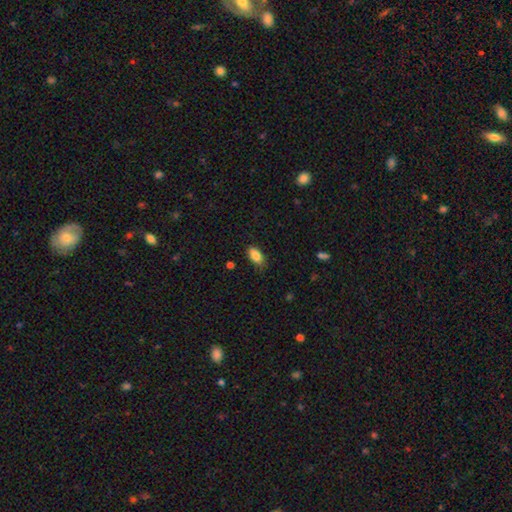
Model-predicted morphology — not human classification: This appears to be a smooth galaxy with no disk features (85%) that is in between round and cigar-shaped (90%). Merging: none (77%).